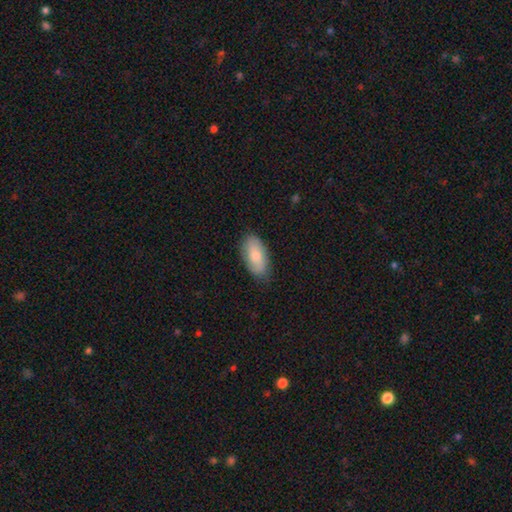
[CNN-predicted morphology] smooth_or_featured: smooth (p=0.75) [alt: featured or disk p=0.20]
how_rounded: in between (p=0.92) [alt: cigar-shaped p=0.04]
merging: none (p=0.81) [alt: minor disturbance p=0.15]